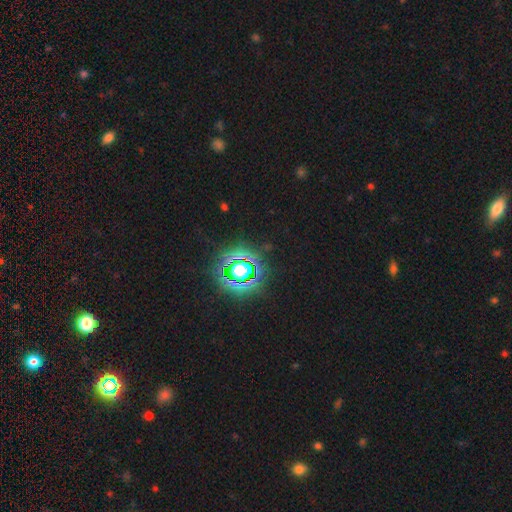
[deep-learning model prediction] smooth_or_featured: star or artifact (p=0.81) [alt: smooth p=0.13]